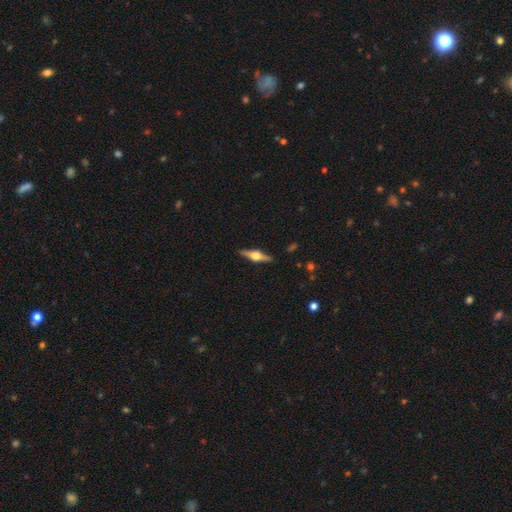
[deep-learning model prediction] This appears to be a featured or disk galaxy (76%) viewed edge-on (97%) with a rounded central bulge (94%). Merging: none (90%).